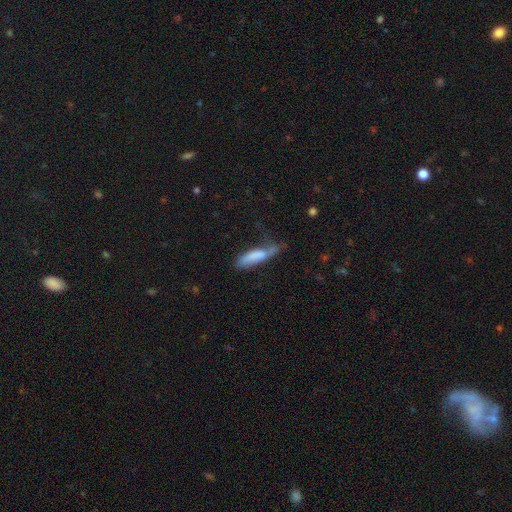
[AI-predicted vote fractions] A smooth galaxy with no disk features (74%) that is cigar-shaped (70%).

Vote fractions:
- Smooth or featured? smooth: 74% / featured or disk: 19% / star or artifact: 7%
- How rounded? cigar-shaped: 70% / in between: 28% / round: 2%
- Merging? none: 38% / minor disturbance: 35% / major disturbance: 20% / merger: 7%